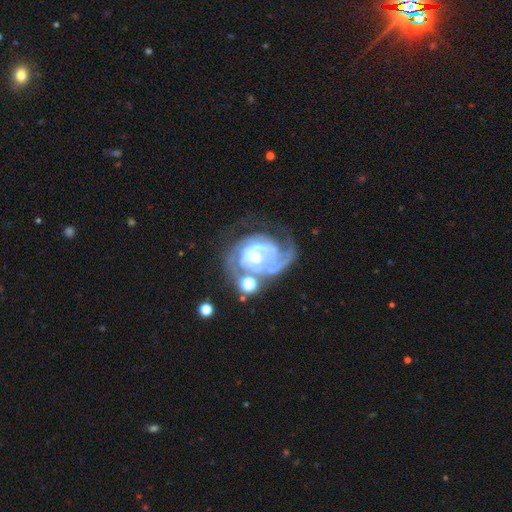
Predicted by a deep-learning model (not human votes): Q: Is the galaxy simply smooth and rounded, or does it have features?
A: featured or disk — 82%.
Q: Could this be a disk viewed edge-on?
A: no — 98%.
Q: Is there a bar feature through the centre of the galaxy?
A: no — 72%.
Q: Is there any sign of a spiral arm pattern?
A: yes — 85%.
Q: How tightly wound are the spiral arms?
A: tight — 51%.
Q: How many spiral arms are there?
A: can't tell — 31%.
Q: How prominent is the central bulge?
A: small — 56%.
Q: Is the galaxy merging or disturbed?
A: none — 34%.